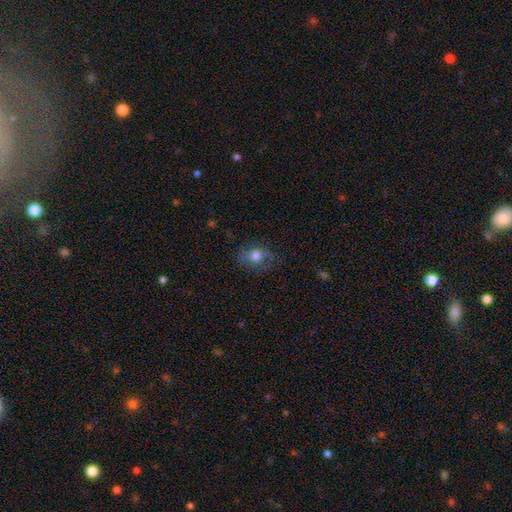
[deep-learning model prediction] This is likely a smooth galaxy (70%). How rounded: possibly round (52%). Merging: likely none (67%).